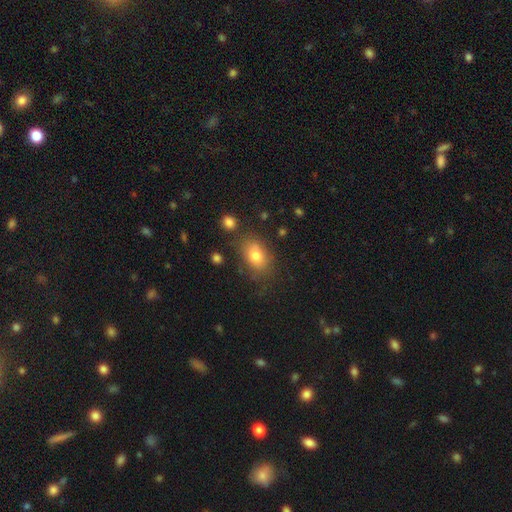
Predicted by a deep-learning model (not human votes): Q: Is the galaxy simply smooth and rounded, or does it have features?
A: smooth — 78%.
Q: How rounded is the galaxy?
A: in between — 80%.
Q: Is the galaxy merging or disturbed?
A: none — 72%.